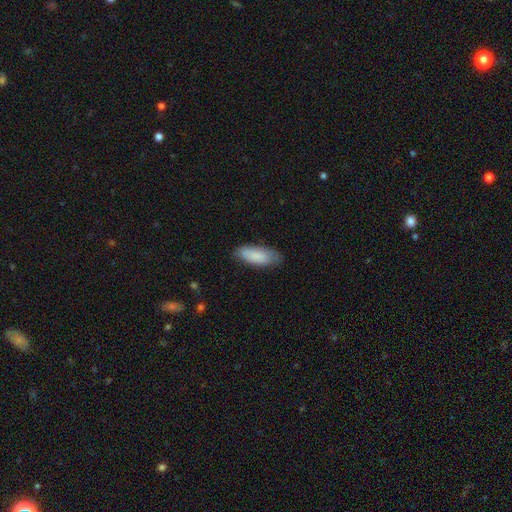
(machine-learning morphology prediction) Q: Smooth or featured?
A: smooth (85%); runner-up: featured or disk (10%)
Q: How rounded?
A: in between (77%); runner-up: cigar-shaped (21%)
Q: Merging?
A: none (74%); runner-up: minor disturbance (20%)